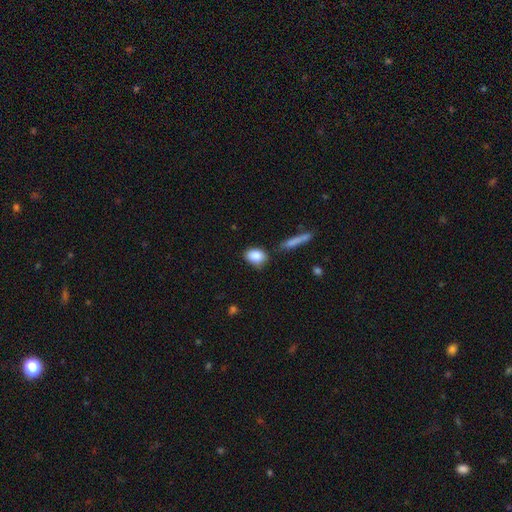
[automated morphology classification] Overall: smooth (86%). How rounded: in between (74%). Merging: none (71%).